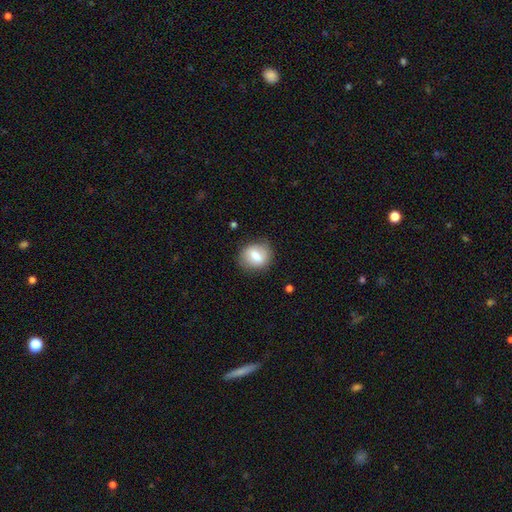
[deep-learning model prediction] This appears to be a smooth galaxy with no disk features (73%) that is round (67%). Merging: none (79%).